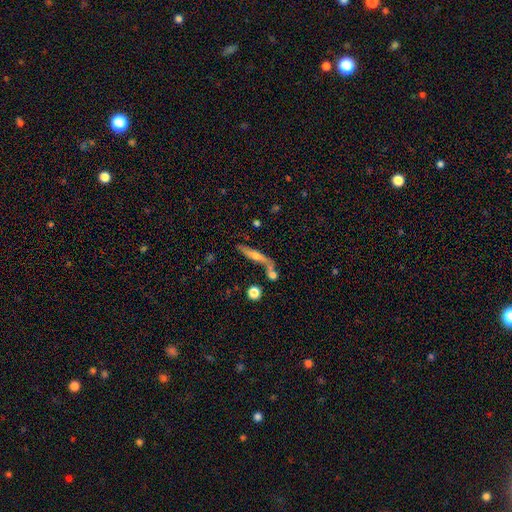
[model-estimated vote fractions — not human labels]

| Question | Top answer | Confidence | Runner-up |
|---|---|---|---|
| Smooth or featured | featured or disk | 57% | smooth (34%) |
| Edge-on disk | yes | 78% | no (22%) |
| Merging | none | 54% | merger (21%) |